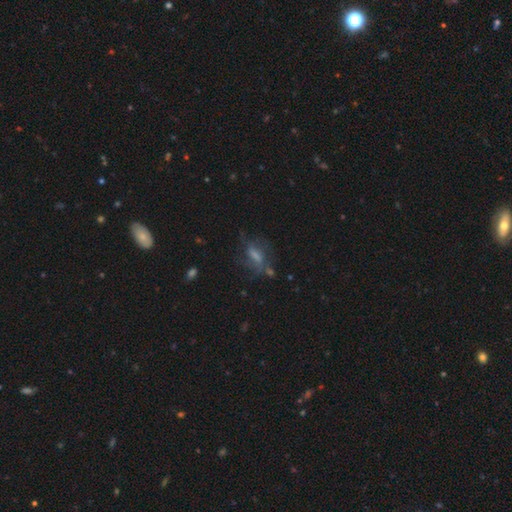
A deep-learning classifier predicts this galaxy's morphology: Q: Smooth or featured?
A: featured or disk (46%); runner-up: smooth (42%)
Q: Merging?
A: none (47%); runner-up: major disturbance (24%)